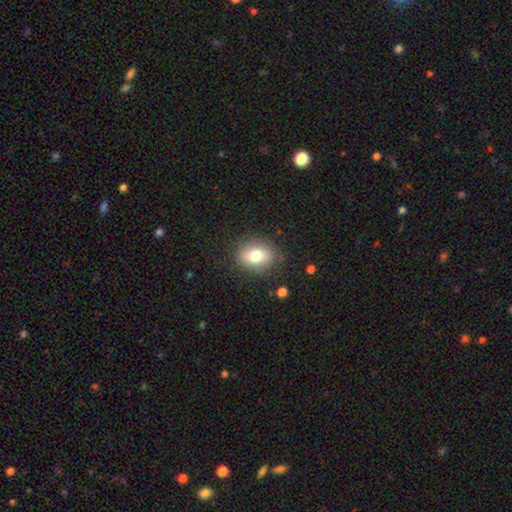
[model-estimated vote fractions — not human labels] smooth-or-featured: smooth: 78% | featured or disk: 13% | star or artifact: 10%
  how-rounded: in between: 63% | round: 36% | cigar-shaped: 1%
  merging: none: 82% | minor disturbance: 13% | major disturbance: 4% | merger: 1%